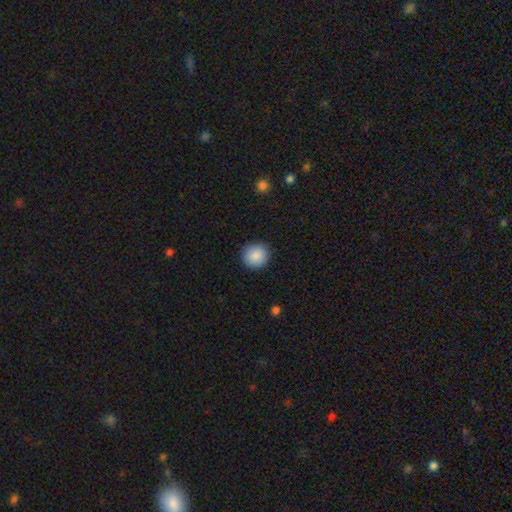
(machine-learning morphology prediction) A smooth galaxy with no disk features (89%) that is round (92%).

Vote fractions:
- Smooth or featured? smooth: 89% / star or artifact: 8% / featured or disk: 4%
- How rounded? round: 92% / in between: 7% / cigar-shaped: 1%
- Merging? none: 90% / minor disturbance: 7% / major disturbance: 2% / merger: 1%